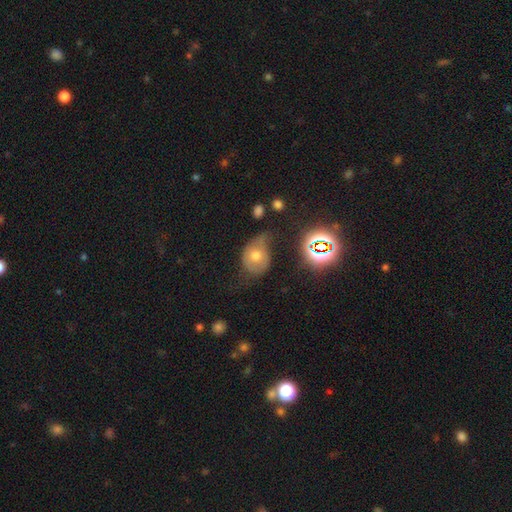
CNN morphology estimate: A smooth galaxy with no disk features (56%) that is in between round and cigar-shaped (54%). Merging: minor disturbance (36%).